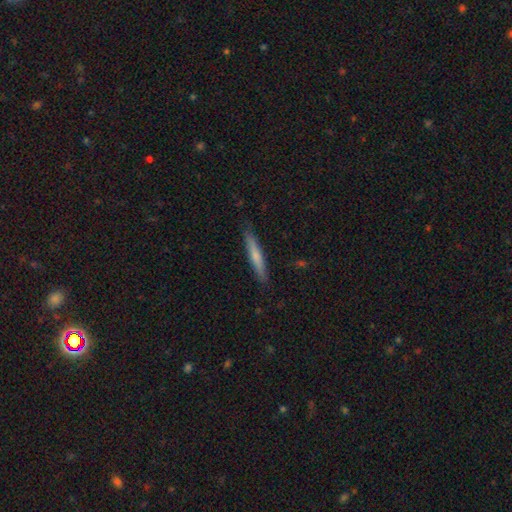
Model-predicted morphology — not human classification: Smooth or featured? smooth (63%)
How rounded? cigar-shaped (94%)
Merging? none (88%)